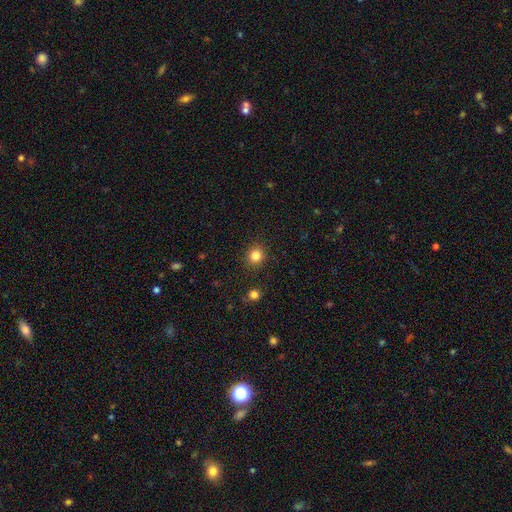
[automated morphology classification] Smooth or featured? Predicted: smooth (p=0.82). How rounded? Predicted: round (p=0.88). Merging? Predicted: none (p=0.90).